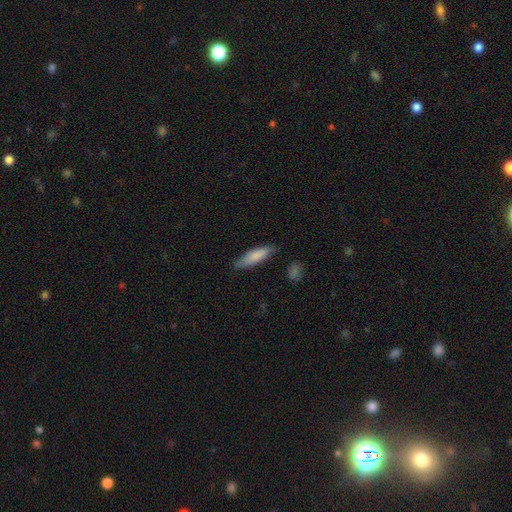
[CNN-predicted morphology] Overall: smooth (81%). How rounded: cigar-shaped (64%; in between 34%). Merging: none (77%).